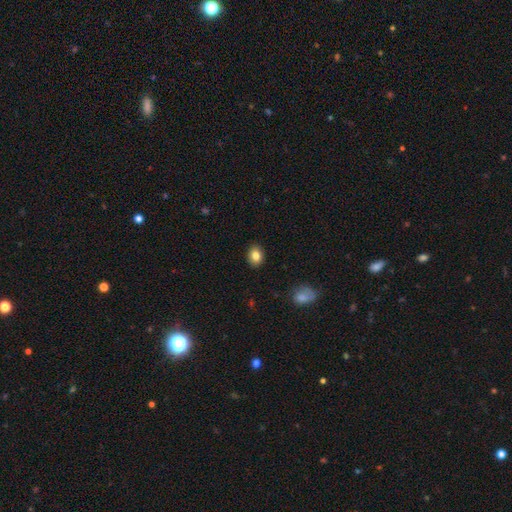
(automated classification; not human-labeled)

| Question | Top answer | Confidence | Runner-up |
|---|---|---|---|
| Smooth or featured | smooth | 85% | star or artifact (9%) |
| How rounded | in between | 63% | round (36%) |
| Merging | none | 90% | minor disturbance (7%) |